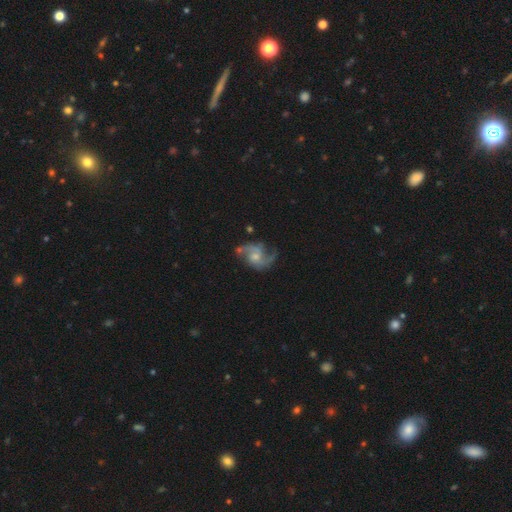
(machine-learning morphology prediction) This is clearly a featured or disk galaxy (85%). It is clearly not viewed edge-on (98%). Bar: likely no (62%). Spiral arm pattern: clearly yes (96%). Spiral arm count: clearly 2 (81%). Spiral winding: possibly medium (46%). Central bulge: marginally moderate (43%). Merging: likely none (63%).